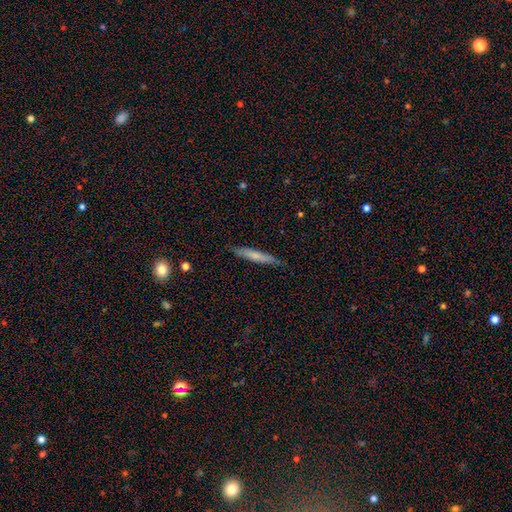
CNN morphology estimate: A smooth galaxy with no disk features (64%) that is cigar-shaped (92%). Merging: none (86%).